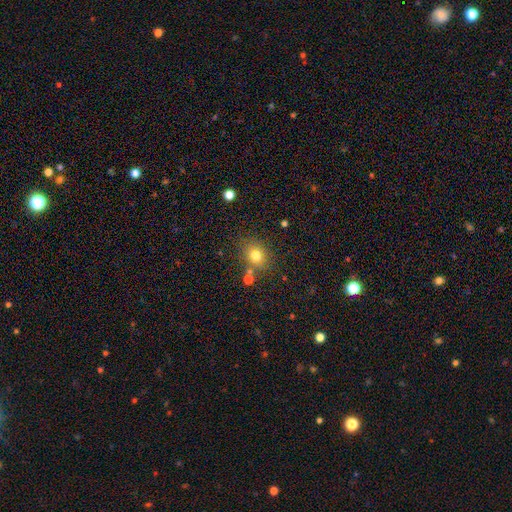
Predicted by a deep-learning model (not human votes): Smooth or featured? Predicted: smooth (p=0.76). How rounded? Predicted: round (p=0.72). Merging? Predicted: none (p=0.77).